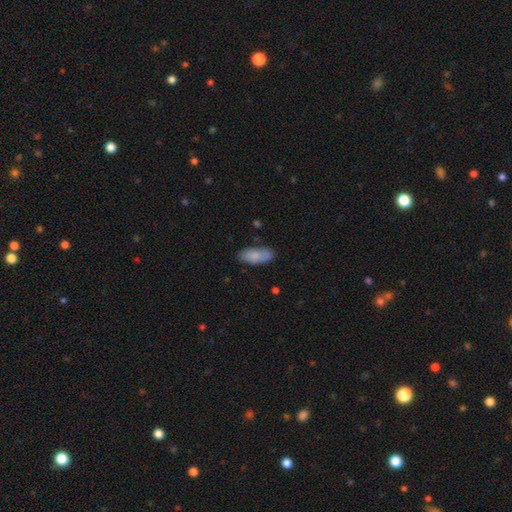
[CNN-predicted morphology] Smooth or featured: smooth — 81% (featured or disk — 12%)
How rounded: in between — 81% (cigar-shaped — 17%)
Merging: none — 72% (minor disturbance — 20%)